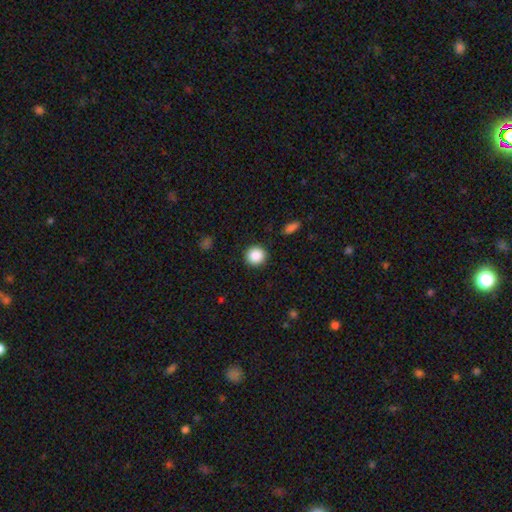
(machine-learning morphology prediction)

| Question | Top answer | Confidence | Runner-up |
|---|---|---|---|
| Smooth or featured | smooth | 87% | star or artifact (9%) |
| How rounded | round | 94% | in between (5%) |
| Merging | none | 91% | minor disturbance (6%) |